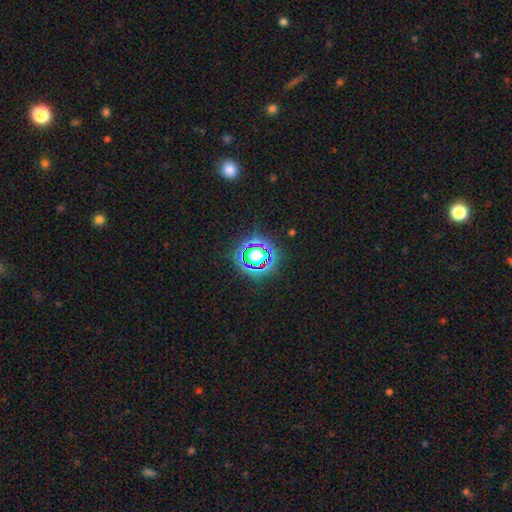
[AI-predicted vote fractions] smooth_or_featured: star or artifact (p=0.56) [alt: smooth p=0.31]